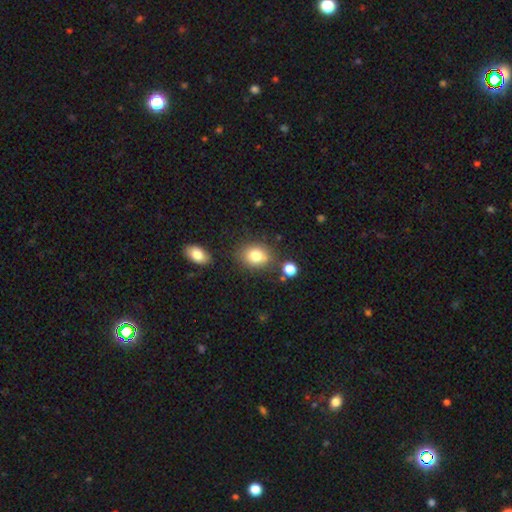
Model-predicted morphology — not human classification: Smooth or featured: smooth — 80% (star or artifact — 11%)
How rounded: round — 51% (in between — 48%)
Merging: none — 75% (minor disturbance — 13%)